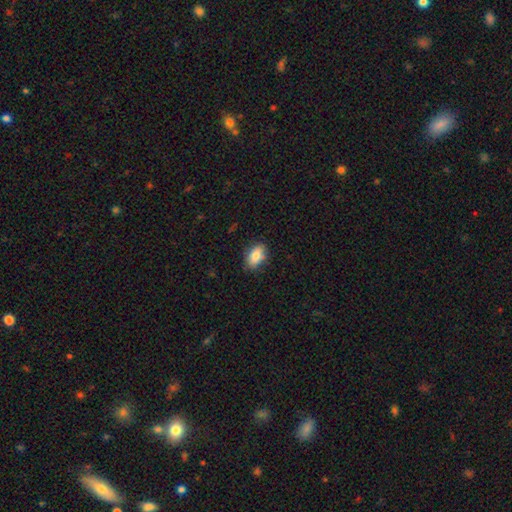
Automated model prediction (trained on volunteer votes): A smooth galaxy with no disk features (81%) that is in between round and cigar-shaped (88%).

Vote fractions:
- Smooth or featured? smooth: 81% / featured or disk: 11% / star or artifact: 8%
- How rounded? in between: 88% / round: 9% / cigar-shaped: 3%
- Merging? none: 80% / minor disturbance: 15% / major disturbance: 3% / merger: 2%